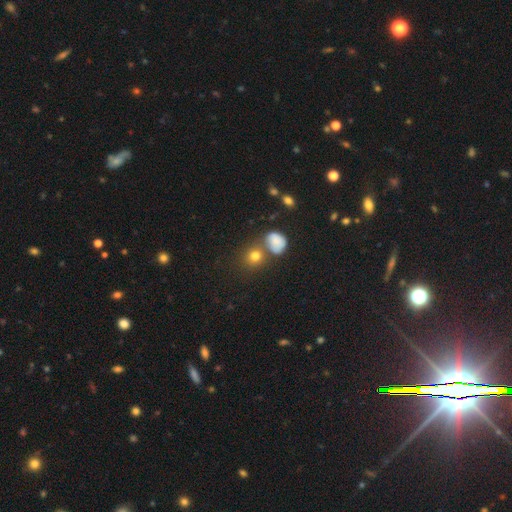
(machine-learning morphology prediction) Smooth or featured? Predicted: smooth (p=0.69). How rounded? Predicted: round (p=0.84). Merging? Predicted: none (p=0.64).